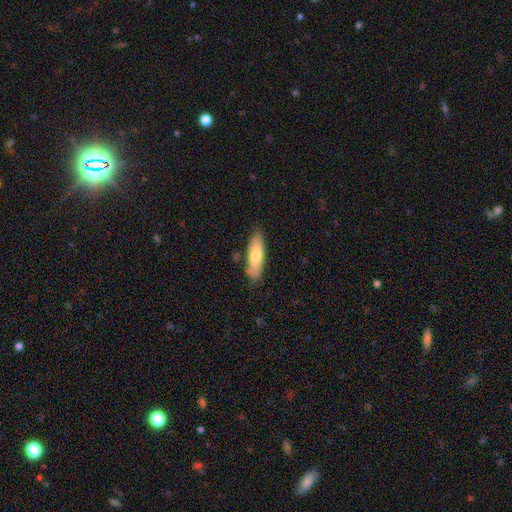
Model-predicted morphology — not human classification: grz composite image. It shows a smooth galaxy with no disk features (69%) that is cigar-shaped (52%). Merging: none (78%).